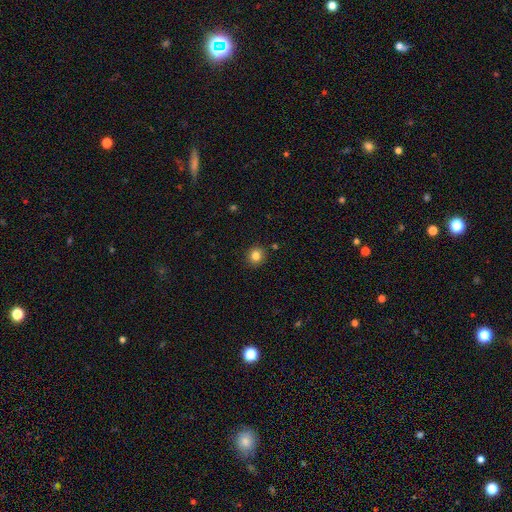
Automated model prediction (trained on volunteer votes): smooth 83%, star or artifact 11%, featured or disk 6%. Down the decision tree: how rounded — round (89%); merging — none (89%).